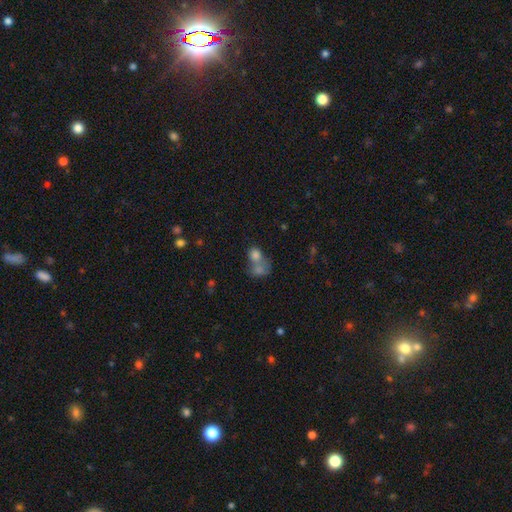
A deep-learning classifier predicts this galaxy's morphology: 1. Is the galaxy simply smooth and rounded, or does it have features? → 75% smooth, 13% star or artifact, 13% featured or disk.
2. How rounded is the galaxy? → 54% round, 45% in between, 1% cigar-shaped.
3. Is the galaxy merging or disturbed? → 63% merger, 24% none, 7% minor disturbance, 5% major disturbance.